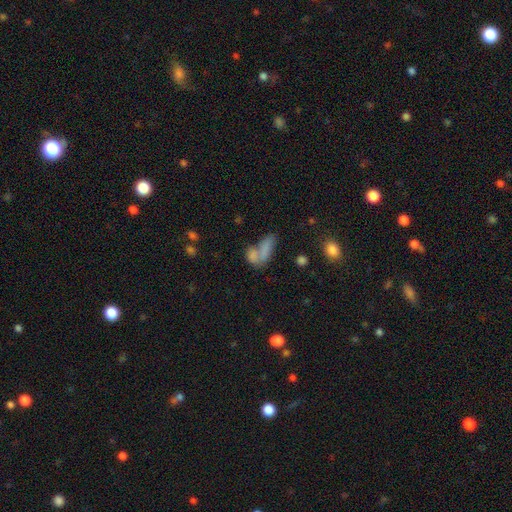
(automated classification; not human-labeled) Smooth or featured? smooth (75%)
How rounded? in between (73%)
Merging? merger (58%)